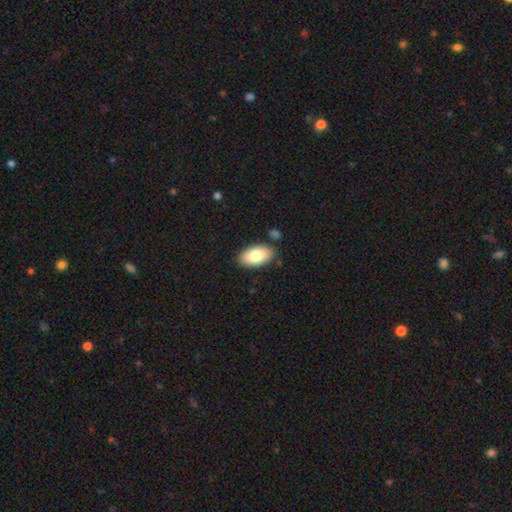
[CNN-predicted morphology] A smooth galaxy with no disk features (81%) that is in between round and cigar-shaped (95%).

Vote fractions:
- Smooth or featured? smooth: 81% / featured or disk: 13% / star or artifact: 6%
- How rounded? in between: 95% / round: 3% / cigar-shaped: 2%
- Merging? none: 85% / minor disturbance: 10% / merger: 3% / major disturbance: 2%